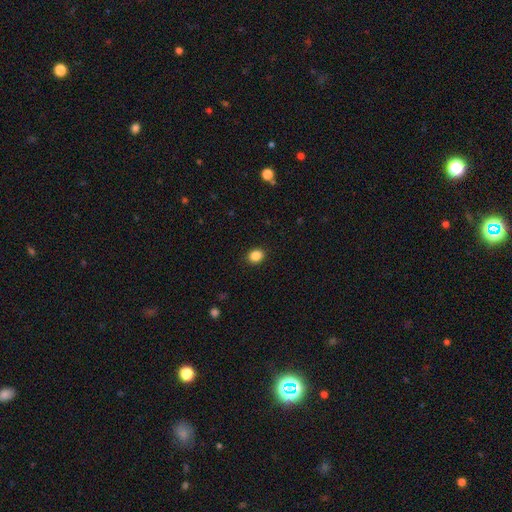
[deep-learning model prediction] smooth_or_featured: smooth (p=0.87) [alt: star or artifact p=0.10]
how_rounded: round (p=0.59) [alt: in between p=0.40]
merging: none (p=0.91) [alt: minor disturbance p=0.06]